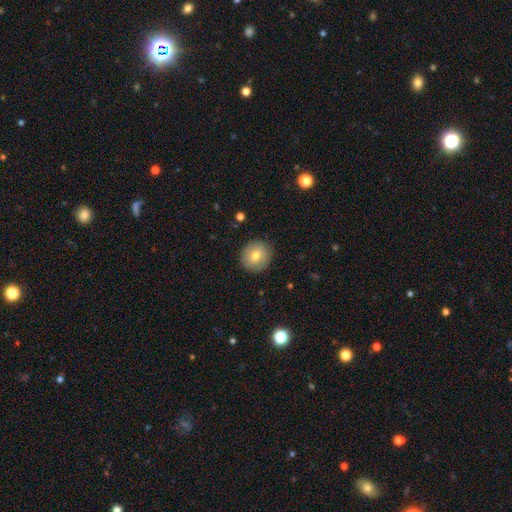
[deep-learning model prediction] This appears to be a smooth galaxy with no disk features (73%) that is round (88%). Merging: none (89%).